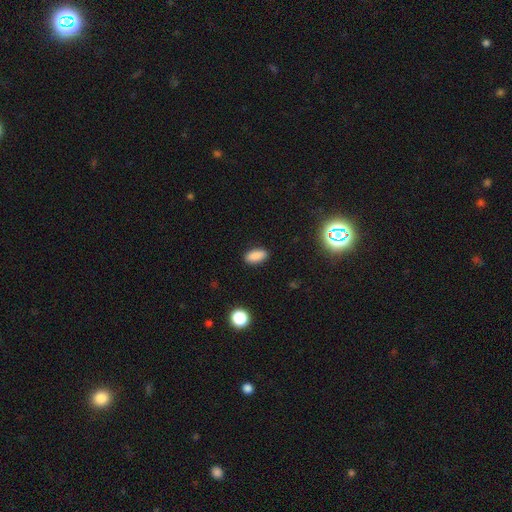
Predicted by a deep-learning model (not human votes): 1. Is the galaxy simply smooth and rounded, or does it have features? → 87% smooth, 9% star or artifact, 4% featured or disk.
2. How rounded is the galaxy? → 89% in between, 8% cigar-shaped, 4% round.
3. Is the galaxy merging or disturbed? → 88% none, 8% minor disturbance, 2% major disturbance, 1% merger.